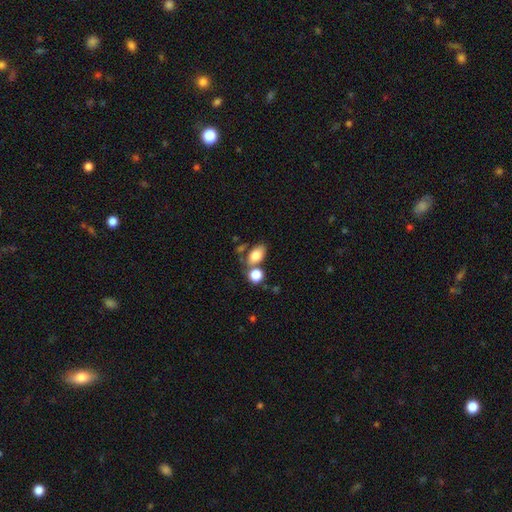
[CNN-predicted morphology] smooth-or-featured: smooth: 80% | featured or disk: 11% | star or artifact: 9%
  how-rounded: in between: 85% | round: 13% | cigar-shaped: 2%
  merging: none: 52% | merger: 28% | minor disturbance: 14% | major disturbance: 6%